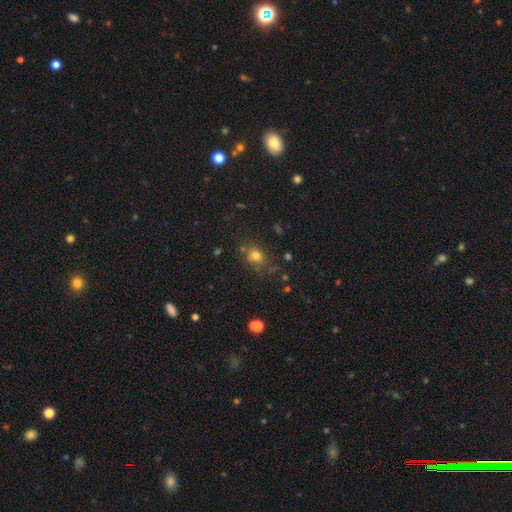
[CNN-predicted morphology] This appears to be a smooth galaxy with no disk features (74%) that is round (68%). Merging: none (70%).